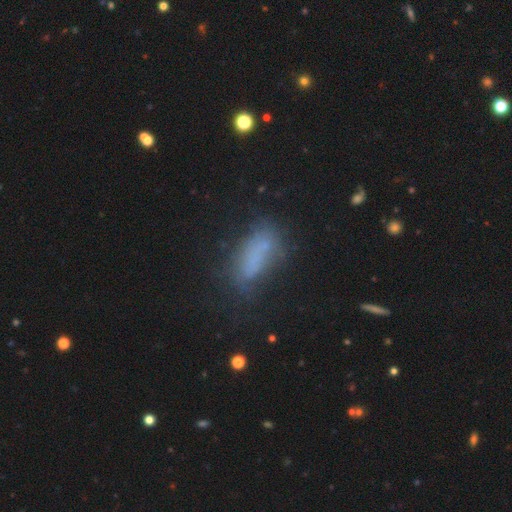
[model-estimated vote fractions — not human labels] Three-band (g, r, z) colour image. It shows a smooth galaxy with no disk features (65%) that is in between round and cigar-shaped (67%). Merging: none (53%).